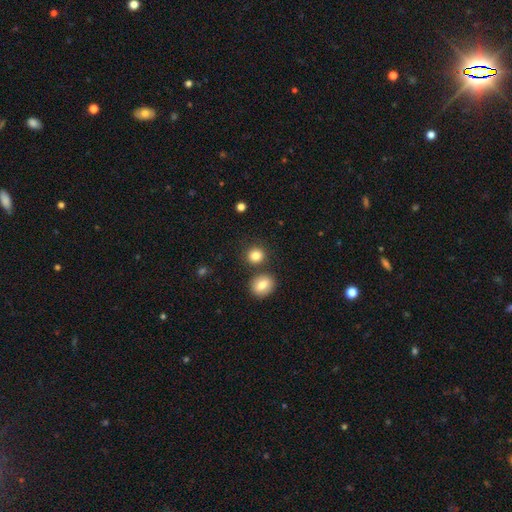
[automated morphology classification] This is clearly a smooth galaxy (83%). How rounded: clearly round (85%). Merging: likely none (76%).